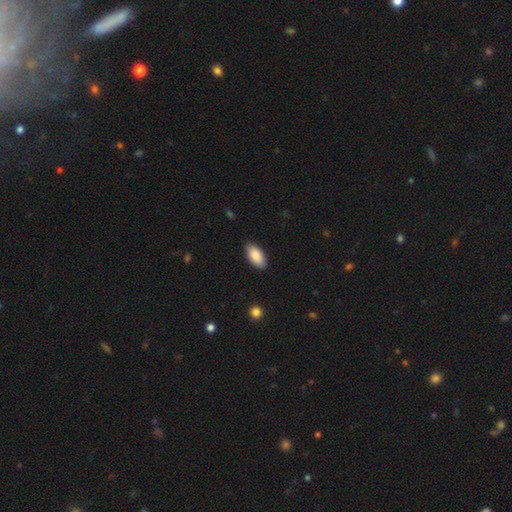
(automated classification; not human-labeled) The model was most divided on "merging": none: 87%, minor disturbance: 10%, major disturbance: 2%, merger: 1%. More confident: how rounded — in between (94%); smooth or featured — smooth (88%).